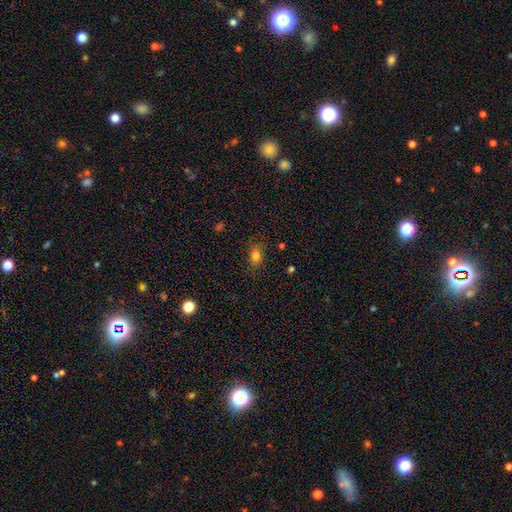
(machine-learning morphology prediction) Overall: smooth (79%). How rounded: in between (70%). Merging: none (80%).